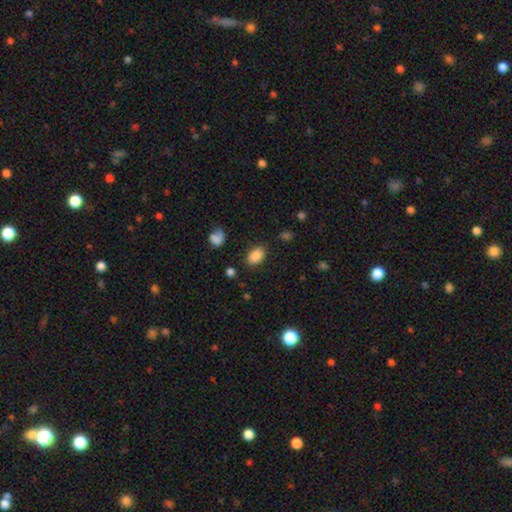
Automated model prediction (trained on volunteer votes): smooth_or_featured: smooth (p=0.87) [alt: star or artifact p=0.09]
how_rounded: in between (p=0.89) [alt: round p=0.10]
merging: none (p=0.83) [alt: minor disturbance p=0.11]